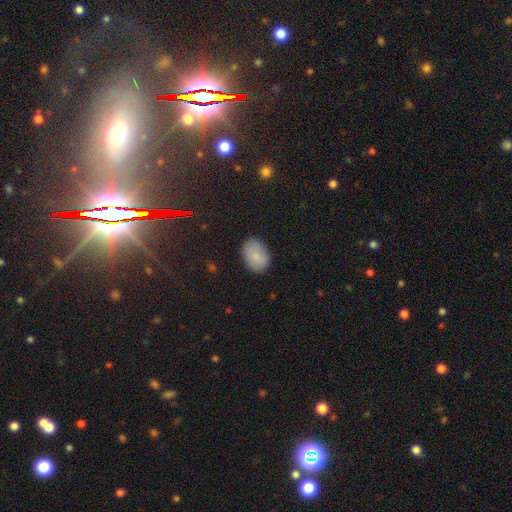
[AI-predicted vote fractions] smooth_or_featured: smooth (p=0.85) [alt: star or artifact p=0.08]
how_rounded: in between (p=0.79) [alt: round p=0.20]
merging: none (p=0.85) [alt: minor disturbance p=0.11]